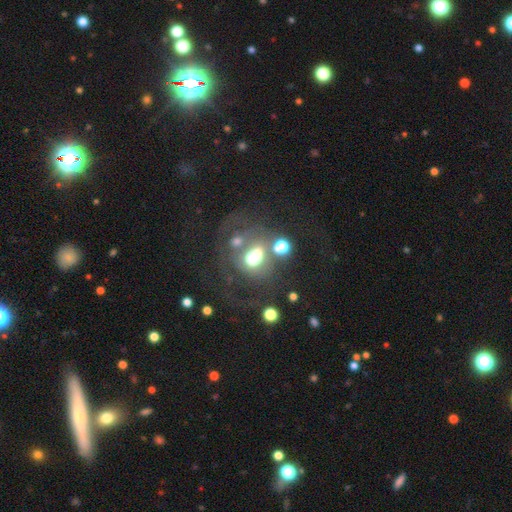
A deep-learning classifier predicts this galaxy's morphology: This appears to be a smooth galaxy with no disk features (42%). Merging: none (33%).